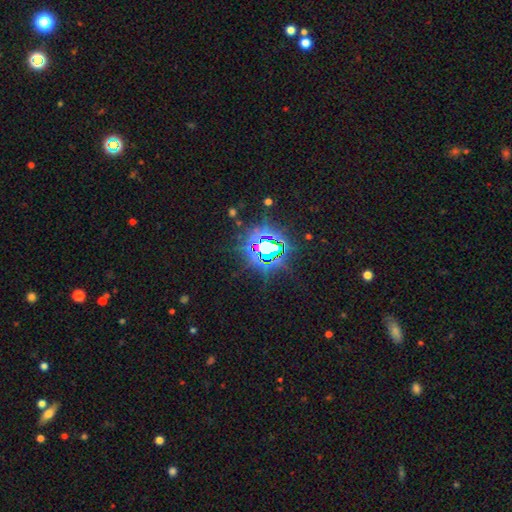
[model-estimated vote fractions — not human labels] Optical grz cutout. It shows a star or artifact, not a galaxy (79%).